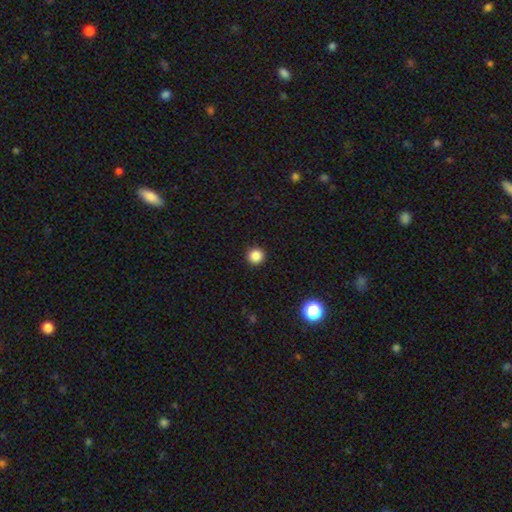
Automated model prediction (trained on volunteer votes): This is clearly a smooth galaxy (85%). How rounded: clearly round (96%). Merging: clearly none (93%).